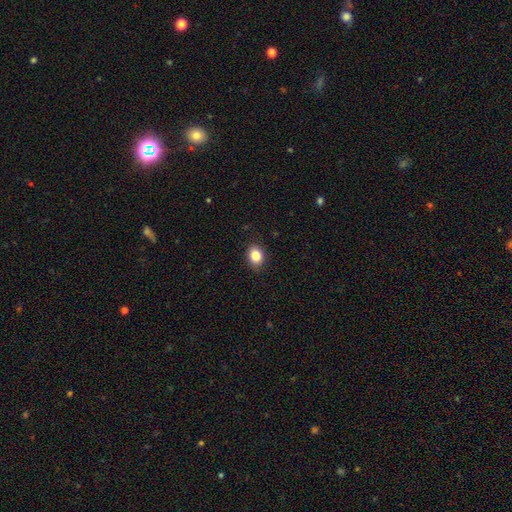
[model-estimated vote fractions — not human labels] This is clearly a smooth galaxy (84%). How rounded: possibly in between (55%). Merging: clearly none (89%).